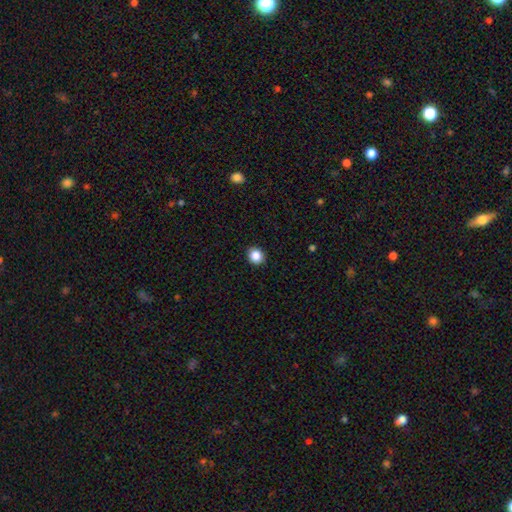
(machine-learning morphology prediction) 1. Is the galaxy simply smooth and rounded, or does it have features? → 87% smooth, 10% star or artifact, 4% featured or disk.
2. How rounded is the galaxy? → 77% round, 22% in between, 1% cigar-shaped.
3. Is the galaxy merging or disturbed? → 92% none, 5% minor disturbance, 2% major disturbance, 1% merger.